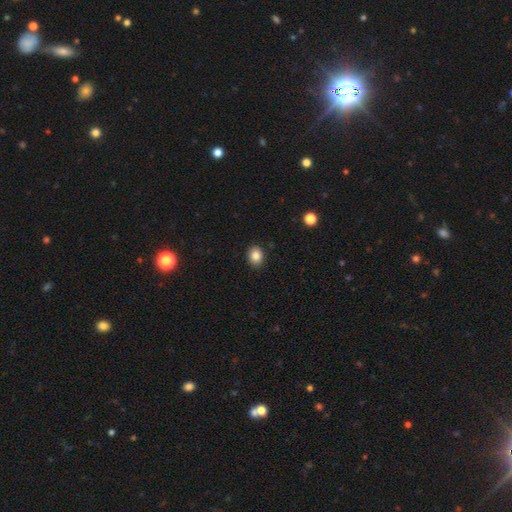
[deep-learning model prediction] Smooth or featured?
  - smooth: 84% *
  - star or artifact: 10%
  - featured or disk: 5%
How rounded?
  - round: 58% *
  - in between: 41%
  - cigar-shaped: 1%
Merging?
  - none: 90% *
  - minor disturbance: 7%
  - major disturbance: 2%
  - merger: 1%